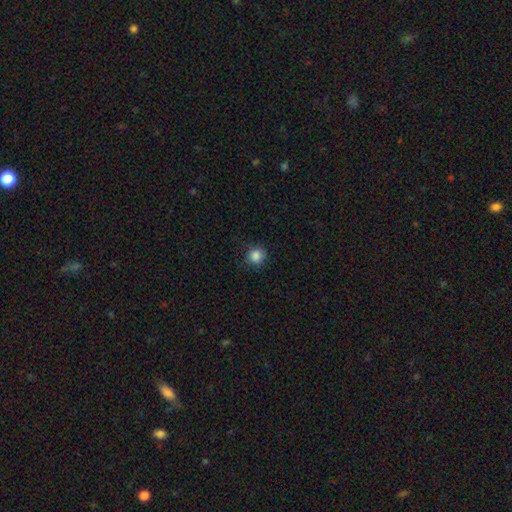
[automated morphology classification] Smooth or featured: smooth — 86% (star or artifact — 10%)
How rounded: round — 89% (in between — 10%)
Merging: none — 83% (minor disturbance — 13%)